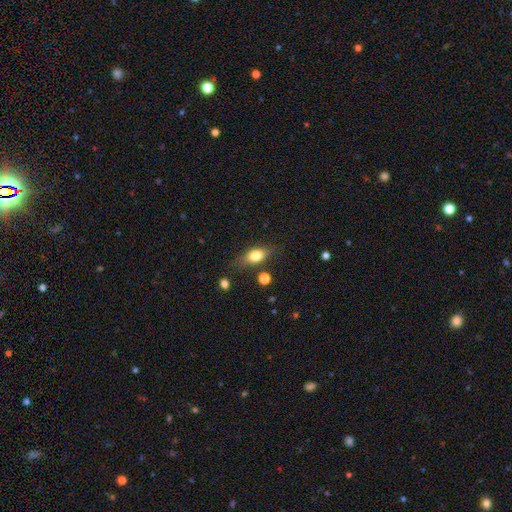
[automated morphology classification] This is likely a smooth galaxy (75%). How rounded: likely in between (77%). Merging: likely none (72%).